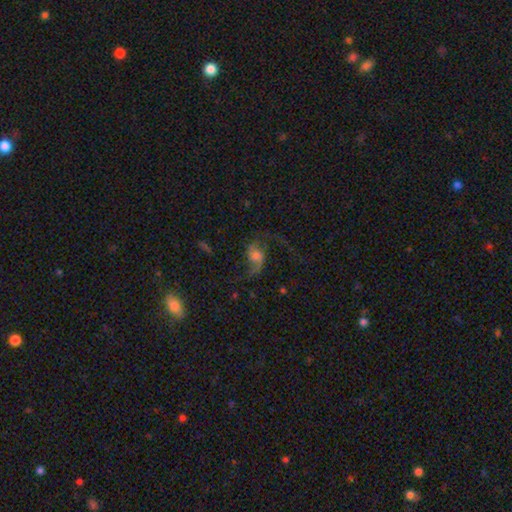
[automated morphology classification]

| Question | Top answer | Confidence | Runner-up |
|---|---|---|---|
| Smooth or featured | featured or disk | 78% | smooth (13%) |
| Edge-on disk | no | 97% | yes (3%) |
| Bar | no | 64% | weak (29%) |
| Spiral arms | yes | 94% | no (6%) |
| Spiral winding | loose | 78% | medium (19%) |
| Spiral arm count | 2 | 91% | 1 (4%) |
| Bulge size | moderate | 44% | small (26%) |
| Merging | none | 62% | major disturbance (21%) |